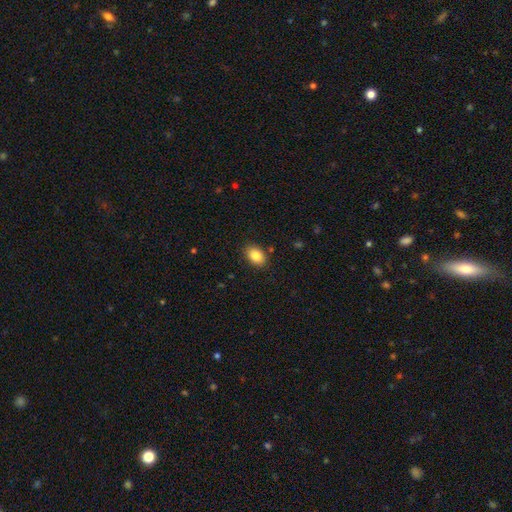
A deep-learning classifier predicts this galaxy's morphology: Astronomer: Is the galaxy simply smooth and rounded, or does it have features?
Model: smooth — 86%.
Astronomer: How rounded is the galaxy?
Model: in between — 81%.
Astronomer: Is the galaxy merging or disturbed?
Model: none — 86%.